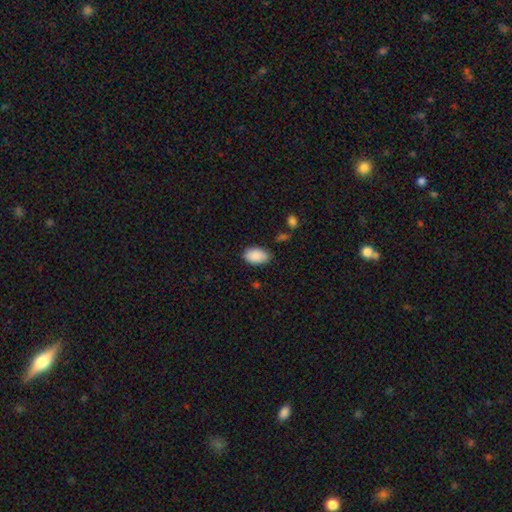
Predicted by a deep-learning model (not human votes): Smooth or featured: smooth — 89% (star or artifact — 7%)
How rounded: in between — 92% (round — 7%)
Merging: none — 77% (minor disturbance — 18%)